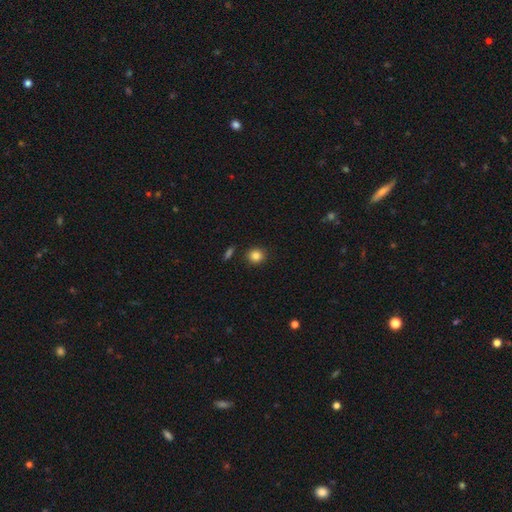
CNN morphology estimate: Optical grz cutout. It shows a smooth galaxy with no disk features (85%) that is round (86%). Merging: none (89%).